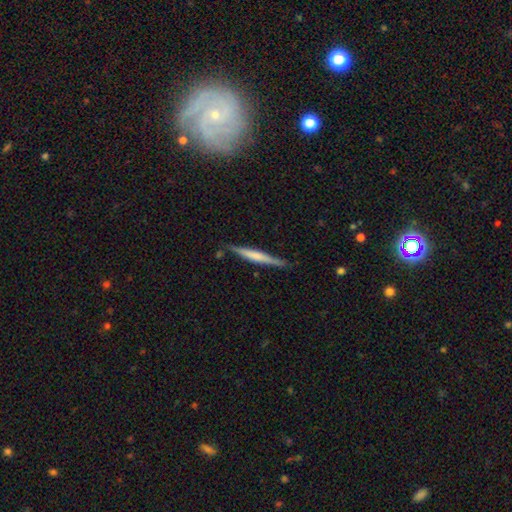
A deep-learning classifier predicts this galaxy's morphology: Q: Smooth or featured?
A: featured or disk (52%); runner-up: smooth (43%)
Q: Edge-on disk?
A: yes (97%); runner-up: no (3%)
Q: Edge-on bulge?
A: none (41%); runner-up: rounded (32%)
Q: Merging?
A: none (84%); runner-up: minor disturbance (12%)